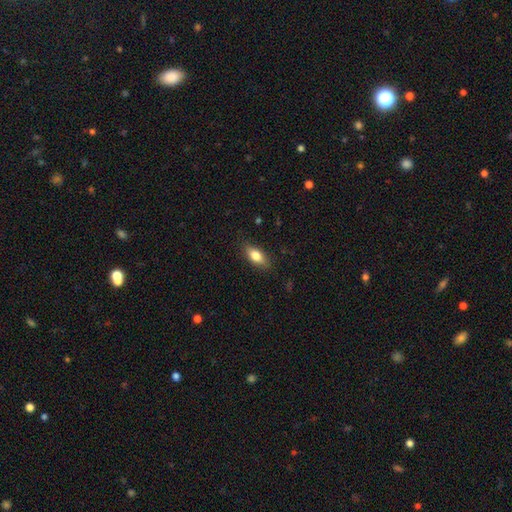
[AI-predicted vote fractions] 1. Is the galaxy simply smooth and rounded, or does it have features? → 79% smooth, 14% featured or disk, 7% star or artifact.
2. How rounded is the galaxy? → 82% in between, 13% cigar-shaped, 5% round.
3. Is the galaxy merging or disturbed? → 85% none, 12% minor disturbance, 3% major disturbance, 1% merger.